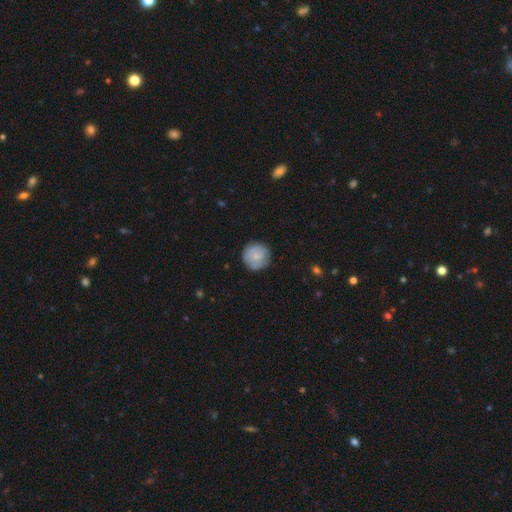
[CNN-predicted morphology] Smooth or featured? smooth (68%)
How rounded? round (94%)
Merging? none (79%)